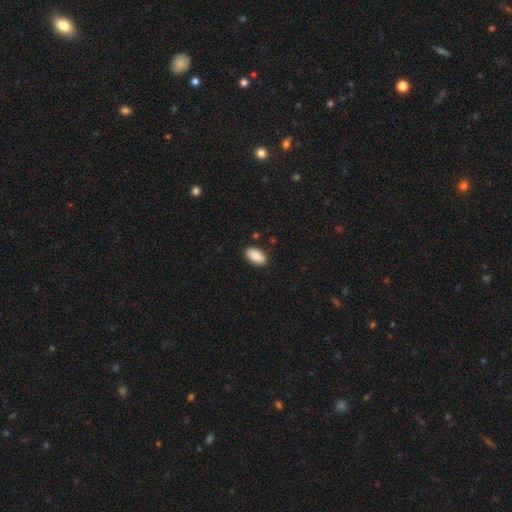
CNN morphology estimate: type=smooth (91%); roundness=in between (95%); merging=none (87%).